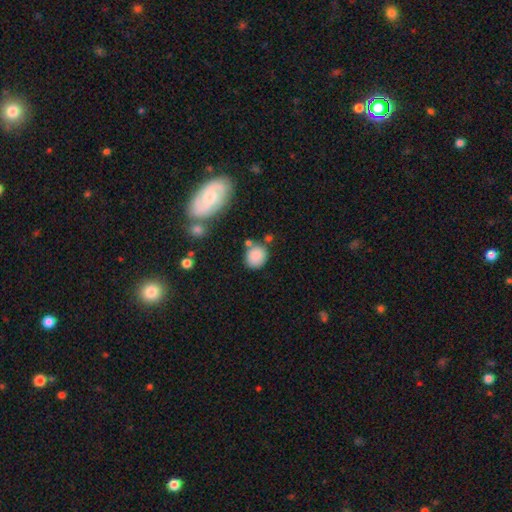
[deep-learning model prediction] Overall: smooth (85%). How rounded: round (79%). Merging: none (70%).